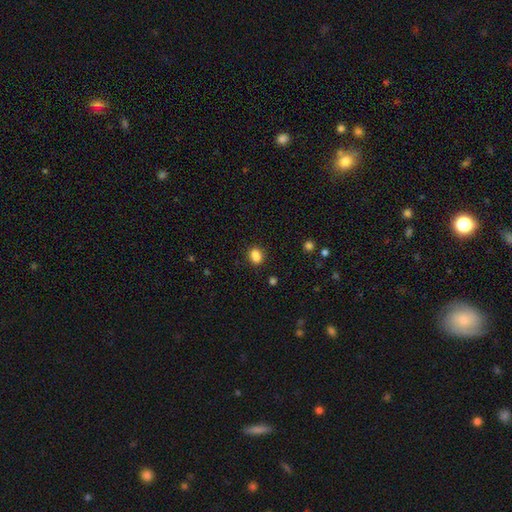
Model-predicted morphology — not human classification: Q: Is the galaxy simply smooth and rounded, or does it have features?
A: smooth — 85%.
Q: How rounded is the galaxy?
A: in between — 61%.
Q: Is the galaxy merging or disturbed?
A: none — 75%.